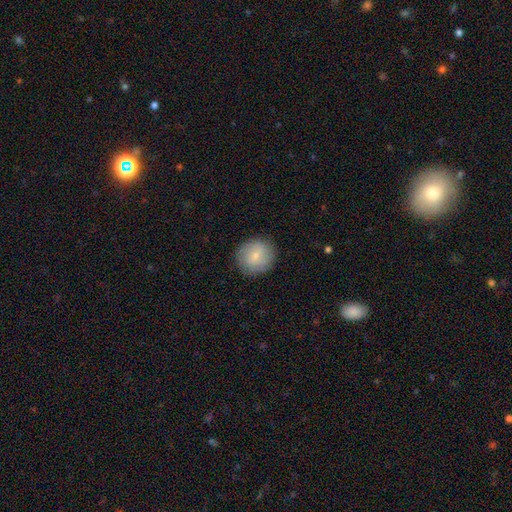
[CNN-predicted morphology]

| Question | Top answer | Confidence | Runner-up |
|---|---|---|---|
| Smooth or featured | smooth | 73% | featured or disk (20%) |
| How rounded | round | 88% | in between (11%) |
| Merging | none | 86% | minor disturbance (10%) |